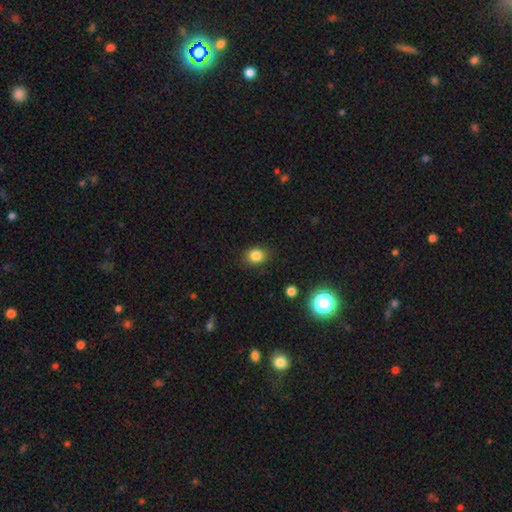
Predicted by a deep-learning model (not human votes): A smooth galaxy with no disk features (83%) that is round (58%). Merging: none (87%).